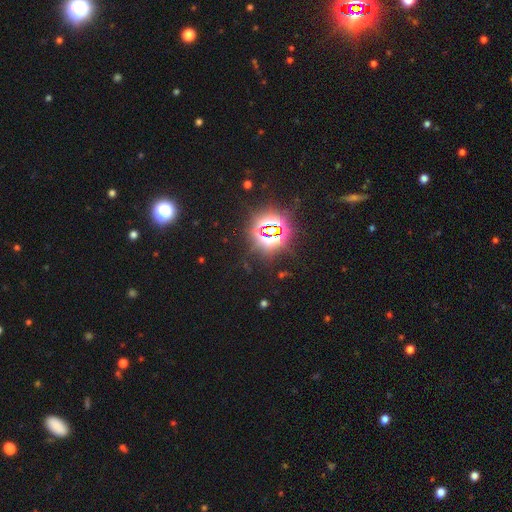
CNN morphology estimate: smooth-or-featured: star or artifact: 83% | smooth: 11% | featured or disk: 6%